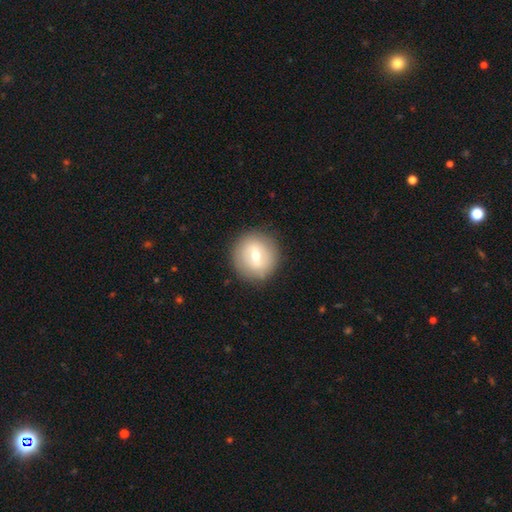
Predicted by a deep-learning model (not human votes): smooth 49%, featured or disk 43%, star or artifact 8%. Down the decision tree: merging — none (87%).